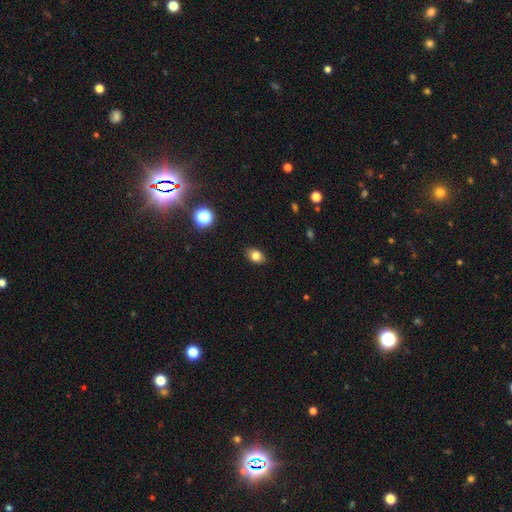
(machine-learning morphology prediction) Smooth or featured? Predicted: smooth (p=0.80). How rounded? Predicted: in between (p=0.79). Merging? Predicted: none (p=0.88).